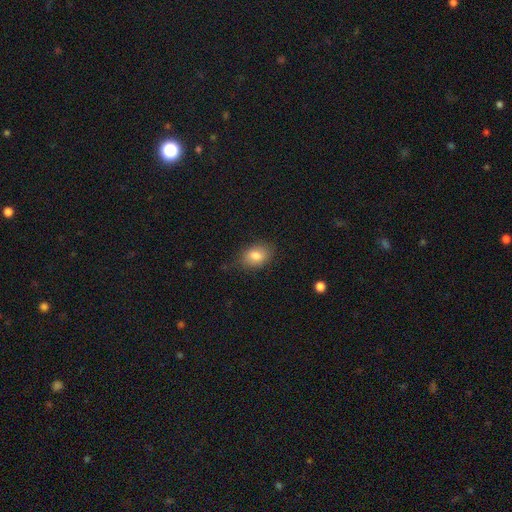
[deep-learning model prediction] Q: Smooth or featured?
A: smooth (81%); runner-up: featured or disk (10%)
Q: How rounded?
A: in between (77%); runner-up: round (21%)
Q: Merging?
A: none (76%); runner-up: minor disturbance (19%)